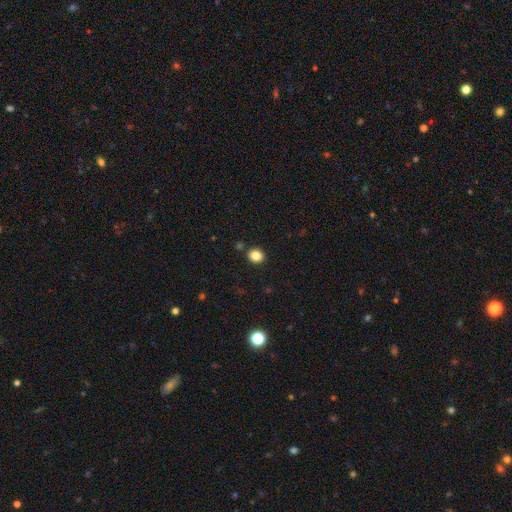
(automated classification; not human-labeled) This is clearly a smooth galaxy (85%). How rounded: likely round (74%). Merging: clearly none (87%).